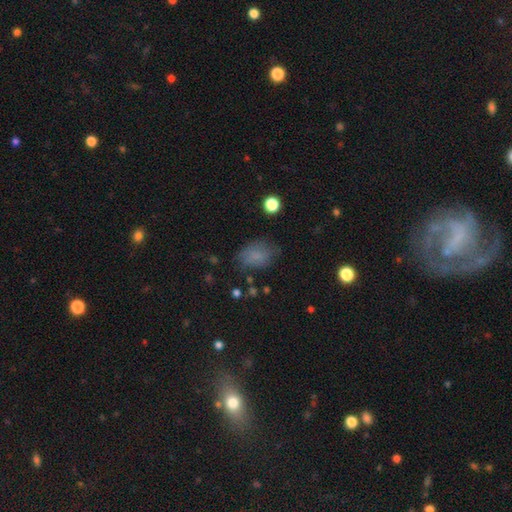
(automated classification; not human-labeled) The model was most divided on "merging": none: 64%, minor disturbance: 24%, major disturbance: 10%, merger: 2%. More confident: how rounded — in between (78%); smooth or featured — smooth (75%).